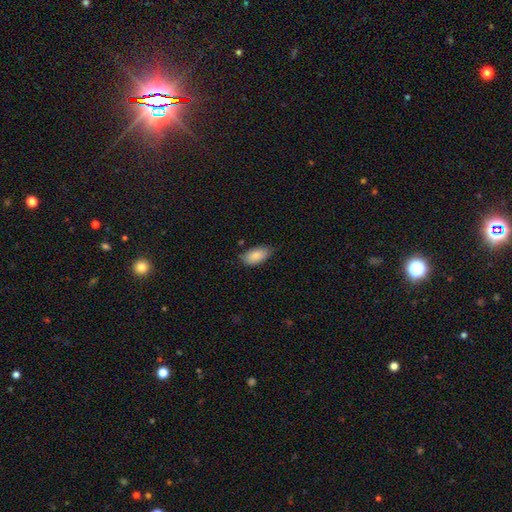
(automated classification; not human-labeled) Smooth or featured? smooth (85%)
How rounded? in between (94%)
Merging? none (75%)